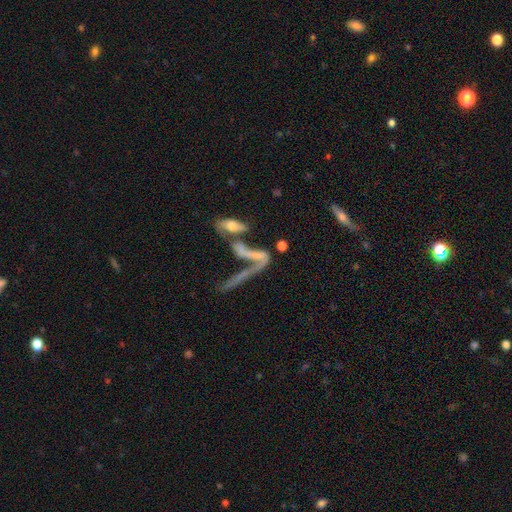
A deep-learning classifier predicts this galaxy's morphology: type=featured or disk (56%); edge-on=no (81%); merging=merger (52%).